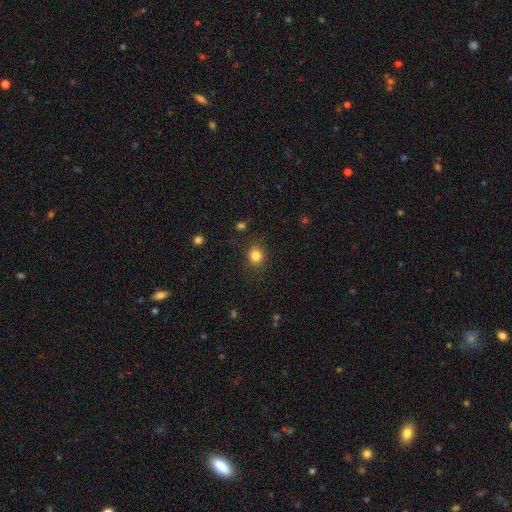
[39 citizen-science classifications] smooth_or_featured: smooth (p=0.90) [alt: star or artifact p=0.10]
how_rounded: round (p=0.80) [alt: in between p=0.17]
merging: none (p=0.69) [alt: minor disturbance p=0.23]